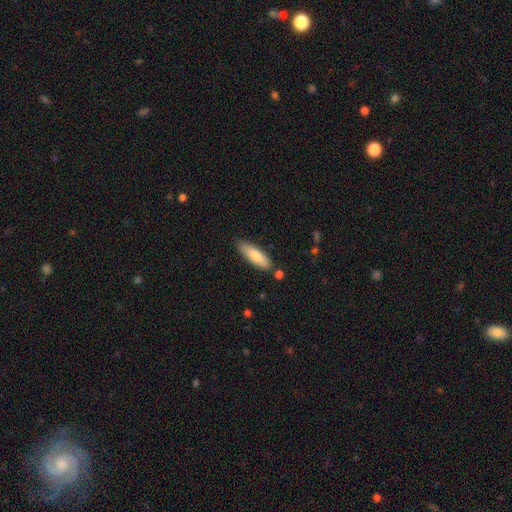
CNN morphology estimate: type=smooth (76%); roundness=in between (49%, tied with cigar-shaped); merging=none (82%).